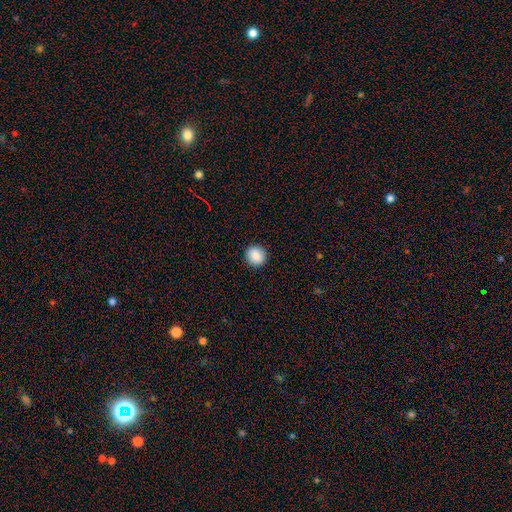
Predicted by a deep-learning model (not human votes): Q: Smooth or featured?
A: smooth (87%); runner-up: star or artifact (8%)
Q: How rounded?
A: round (88%); runner-up: in between (11%)
Q: Merging?
A: none (91%); runner-up: minor disturbance (6%)